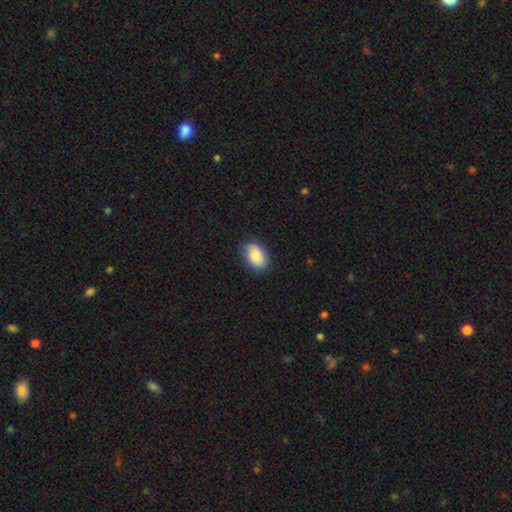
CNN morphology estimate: This is clearly a smooth galaxy (85%). How rounded: clearly in between (90%). Merging: clearly none (83%).